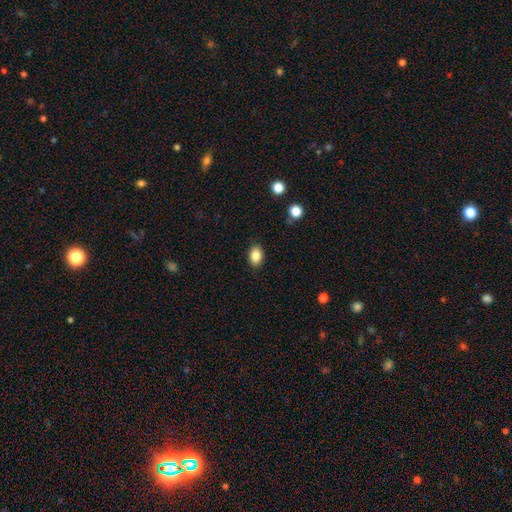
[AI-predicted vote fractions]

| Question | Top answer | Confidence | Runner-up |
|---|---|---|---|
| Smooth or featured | smooth | 86% | star or artifact (9%) |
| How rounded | in between | 79% | round (20%) |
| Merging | none | 87% | minor disturbance (9%) |